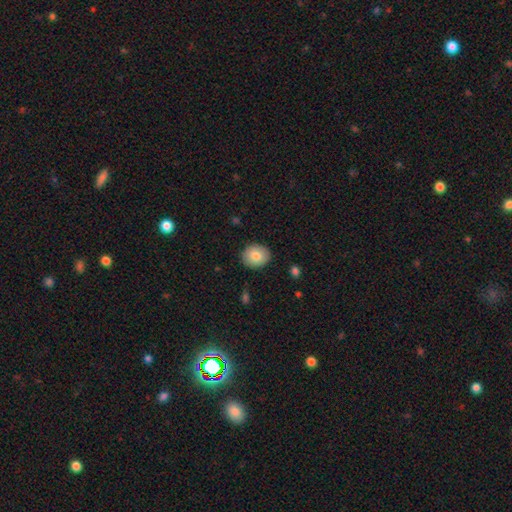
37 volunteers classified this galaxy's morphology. Smooth or featured? 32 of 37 (86%) said smooth. How rounded? 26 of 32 (81%) said round. Merging? 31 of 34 (91%) said none.